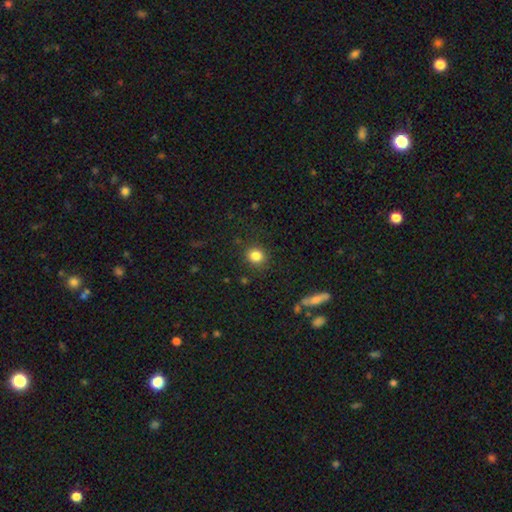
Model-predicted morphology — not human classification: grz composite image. It shows a smooth galaxy with no disk features (83%) that is round (85%). Merging: none (88%).